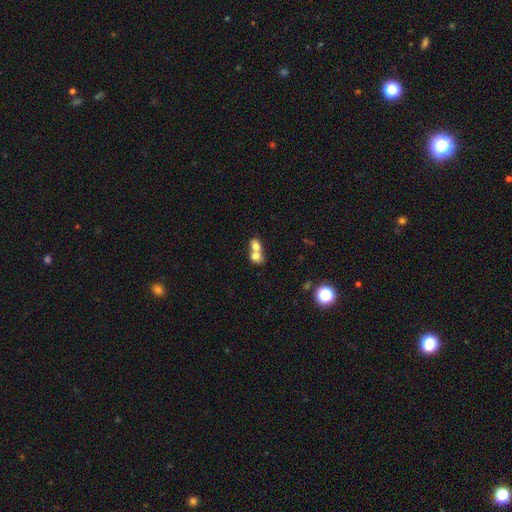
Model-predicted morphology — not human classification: Smooth or featured? smooth (73%)
How rounded? round (53%)
Merging? merger (74%)